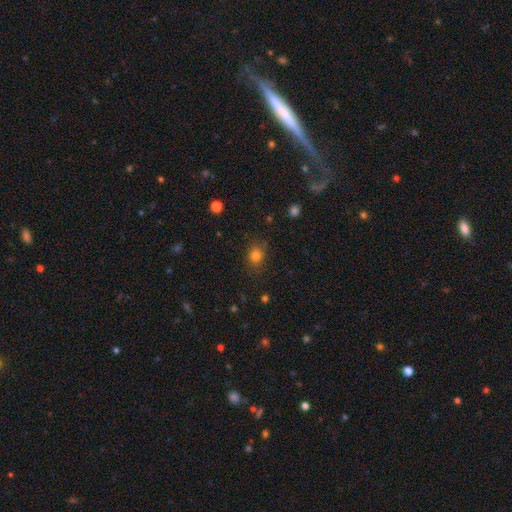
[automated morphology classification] type=smooth (80%); roundness=round (64%); merging=none (83%).